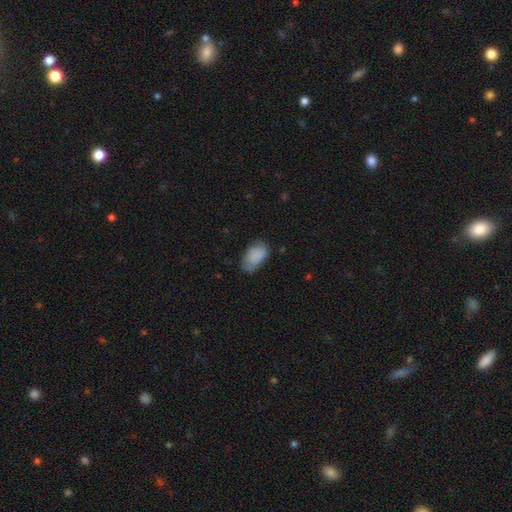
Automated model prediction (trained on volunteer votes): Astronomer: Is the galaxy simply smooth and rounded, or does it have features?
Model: smooth — 82%.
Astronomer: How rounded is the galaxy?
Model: in between — 92%.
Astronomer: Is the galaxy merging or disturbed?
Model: none — 58%.